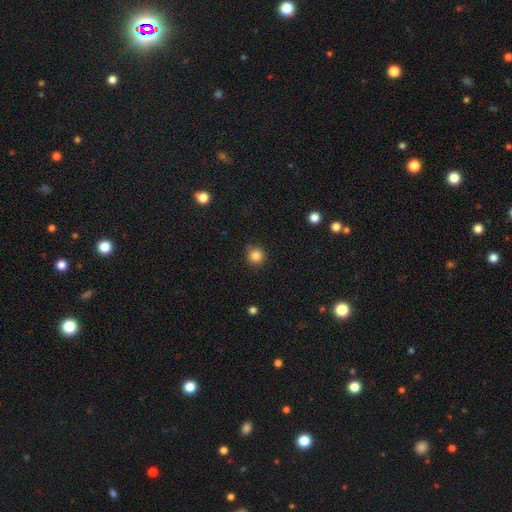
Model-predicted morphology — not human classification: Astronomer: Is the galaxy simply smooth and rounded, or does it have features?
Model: smooth — 85%.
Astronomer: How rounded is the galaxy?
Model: round — 92%.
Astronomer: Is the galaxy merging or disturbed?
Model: none — 85%.